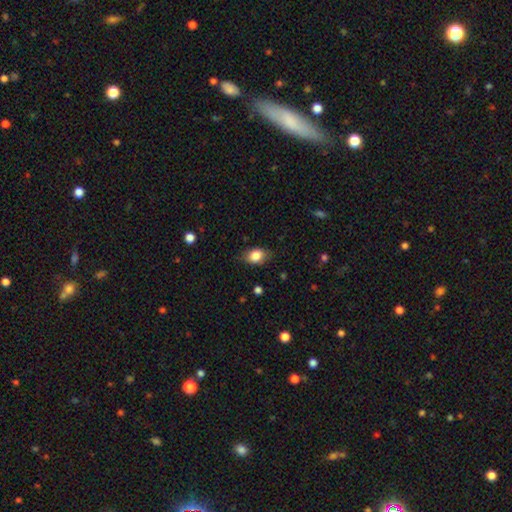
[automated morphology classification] A smooth galaxy with no disk features (83%) that is in between round and cigar-shaped (76%).

Vote fractions:
- Smooth or featured? smooth: 83% / featured or disk: 9% / star or artifact: 8%
- How rounded? in between: 76% / round: 23% / cigar-shaped: 2%
- Merging? none: 77% / minor disturbance: 18% / major disturbance: 4% / merger: 1%